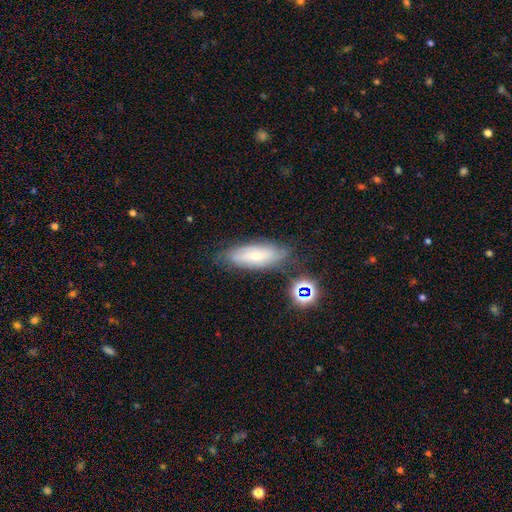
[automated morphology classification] Smooth or featured?
  - smooth: 48% *
  - featured or disk: 41%
  - star or artifact: 11%
Merging?
  - none: 74% *
  - minor disturbance: 18%
  - major disturbance: 5%
  - merger: 3%